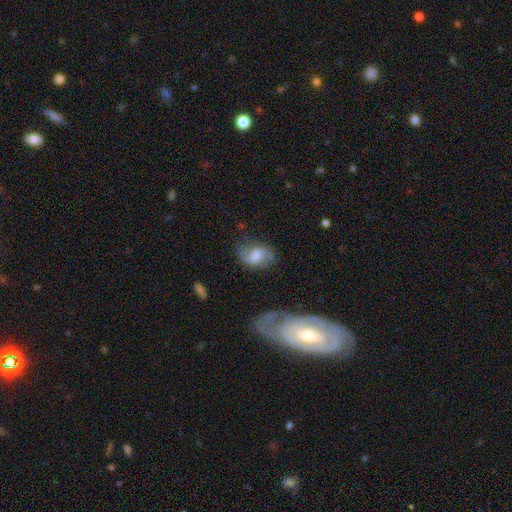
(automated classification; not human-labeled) Smooth or featured? featured or disk (70%)
Edge-on disk? no (97%)
Bar? weak (55%)
Spiral arms? yes (92%)
Spiral winding? loose (61%)
Spiral arm count? 2 (90%)
Bulge size? moderate (44%)
Merging? none (70%)